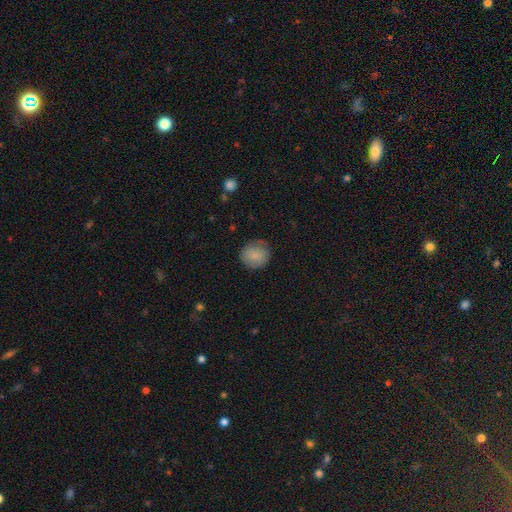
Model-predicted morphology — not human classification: This is clearly a smooth galaxy (82%). How rounded: clearly round (88%). Merging: likely none (79%).